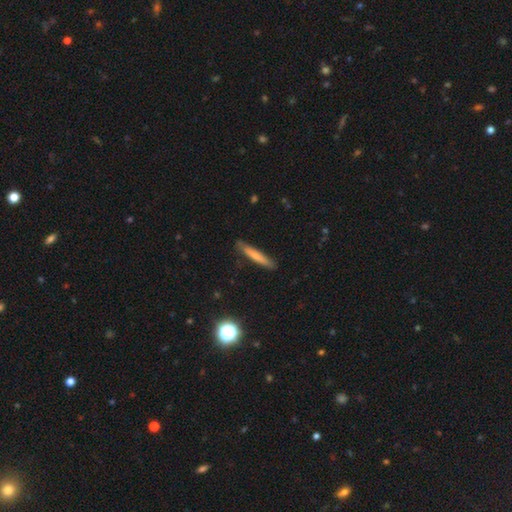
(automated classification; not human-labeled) Smooth or featured?
  - smooth: 68% *
  - featured or disk: 25%
  - star or artifact: 7%
How rounded?
  - cigar-shaped: 94% *
  - in between: 5%
  - round: 1%
Merging?
  - none: 84% *
  - minor disturbance: 13%
  - major disturbance: 2%
  - merger: 1%